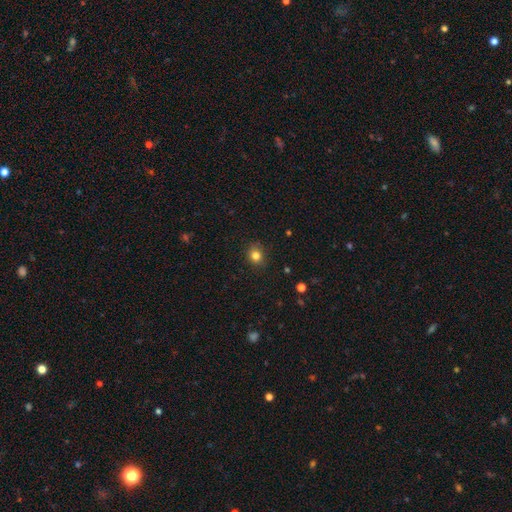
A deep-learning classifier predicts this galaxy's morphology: A smooth galaxy with no disk features (82%) that is round (78%).

Vote fractions:
- Smooth or featured? smooth: 82% / star or artifact: 13% / featured or disk: 6%
- How rounded? round: 78% / in between: 21% / cigar-shaped: 1%
- Merging? none: 88% / minor disturbance: 9% / major disturbance: 2% / merger: 1%